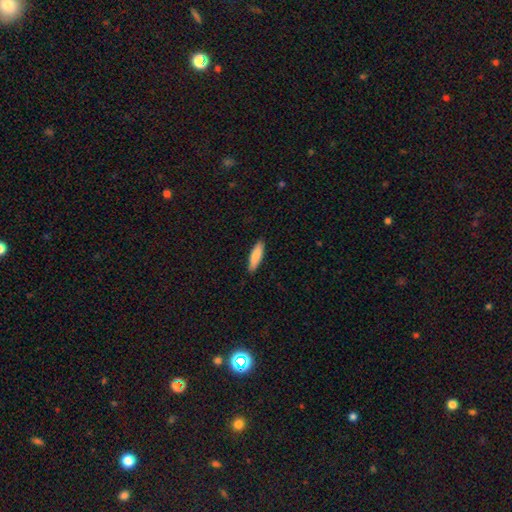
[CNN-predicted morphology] Smooth or featured?
  - smooth: 83% *
  - featured or disk: 11%
  - star or artifact: 5%
How rounded?
  - cigar-shaped: 62% *
  - in between: 36%
  - round: 1%
Merging?
  - none: 88% *
  - minor disturbance: 9%
  - major disturbance: 2%
  - merger: 1%